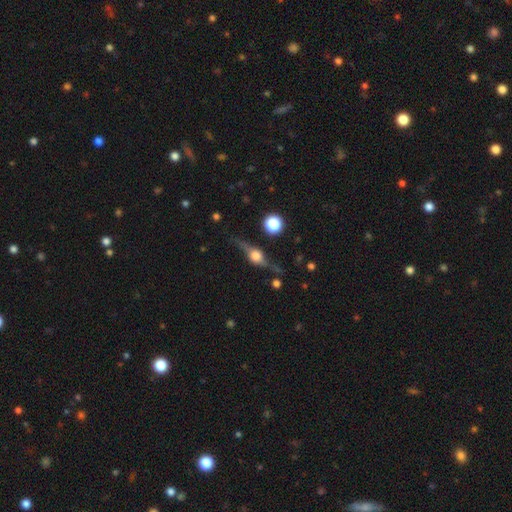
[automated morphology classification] A featured or disk galaxy (76%) viewed edge-on (90%) with a rounded central bulge (94%). Merging: none (73%).